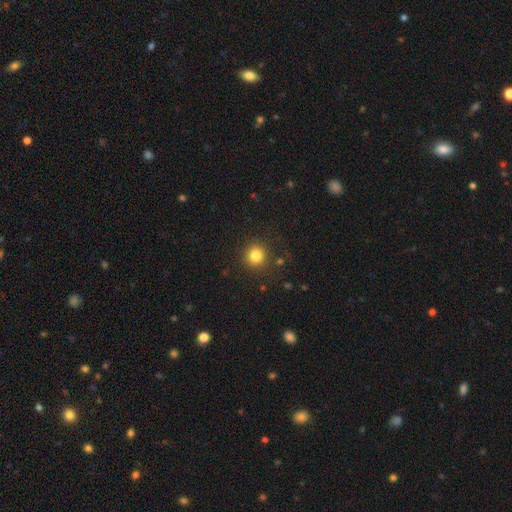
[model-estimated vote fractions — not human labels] This appears to be a smooth galaxy with no disk features (82%) that is round (91%). Merging: none (88%).